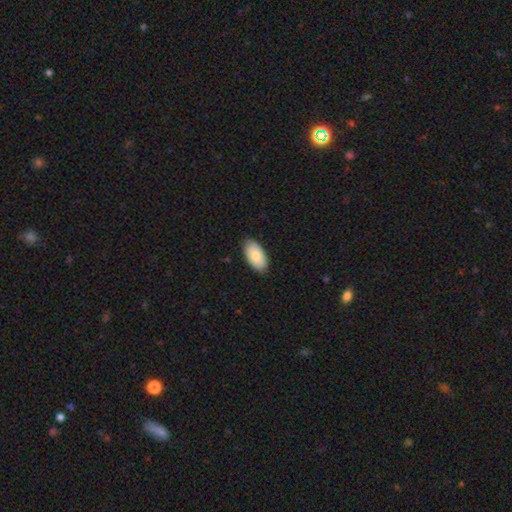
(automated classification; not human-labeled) A smooth galaxy with no disk features (83%) that is in between round and cigar-shaped (96%). Merging: none (87%).